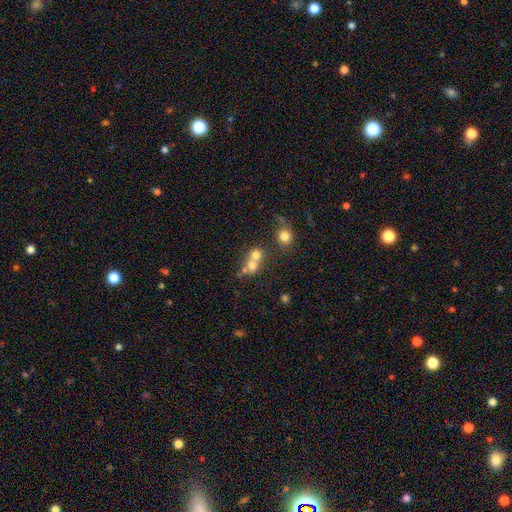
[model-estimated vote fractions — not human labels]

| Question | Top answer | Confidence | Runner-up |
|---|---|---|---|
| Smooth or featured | smooth | 68% | featured or disk (18%) |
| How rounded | round | 79% | in between (20%) |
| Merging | merger | 60% | none (30%) |